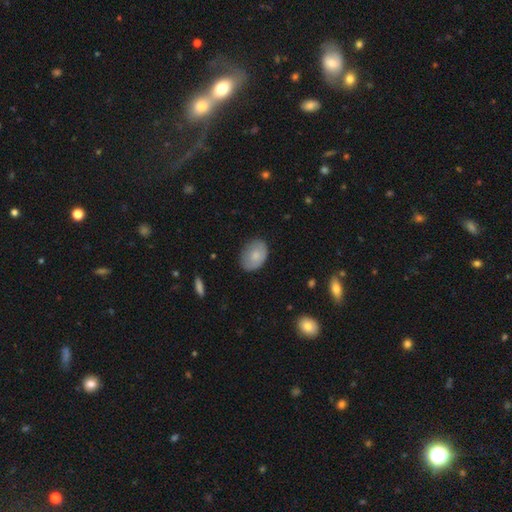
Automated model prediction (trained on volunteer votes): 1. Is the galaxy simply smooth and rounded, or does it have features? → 76% smooth, 18% featured or disk, 7% star or artifact.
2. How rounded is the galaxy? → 78% in between, 21% round, 1% cigar-shaped.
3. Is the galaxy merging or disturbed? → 77% none, 18% minor disturbance, 4% major disturbance, 1% merger.